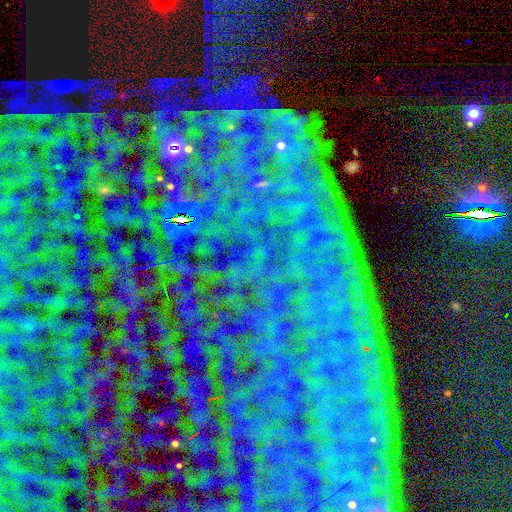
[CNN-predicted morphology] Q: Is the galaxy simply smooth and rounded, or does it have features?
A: star or artifact — 85%.